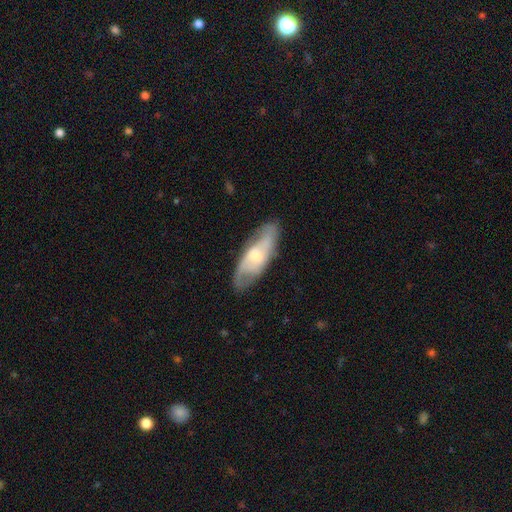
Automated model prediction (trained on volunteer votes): smooth-or-featured: featured or disk: 57% | smooth: 36% | star or artifact: 6%
  disk-edge-on: no: 78% | yes: 22%
  merging: none: 76% | minor disturbance: 17% | major disturbance: 5% | merger: 1%